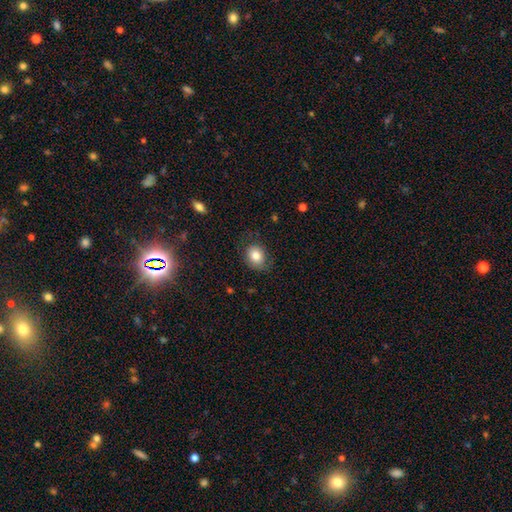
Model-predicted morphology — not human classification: Q: Smooth or featured?
A: smooth (81%); runner-up: star or artifact (9%)
Q: How rounded?
A: round (53%); runner-up: in between (46%)
Q: Merging?
A: none (76%); runner-up: minor disturbance (17%)